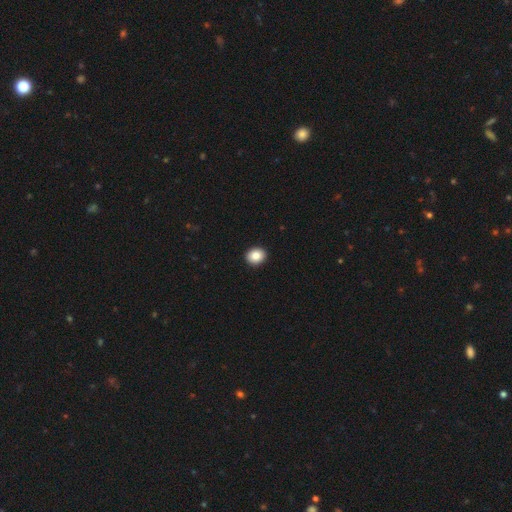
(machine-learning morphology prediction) Overall: smooth (86%). How rounded: round (67%; in between 32%). Merging: none (93%).